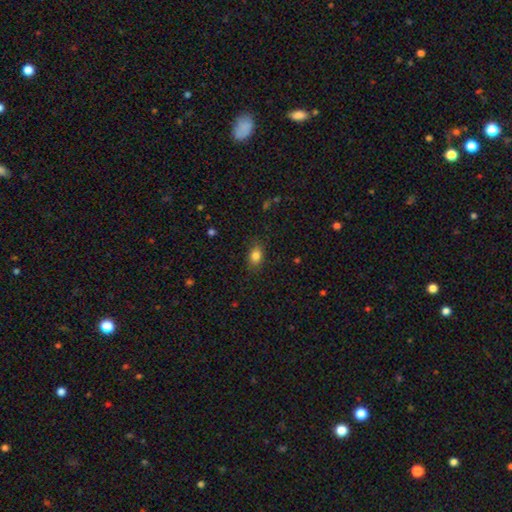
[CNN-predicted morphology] smooth-or-featured: smooth: 83% | star or artifact: 10% | featured or disk: 7%
  how-rounded: in between: 79% | round: 19% | cigar-shaped: 2%
  merging: none: 83% | minor disturbance: 12% | major disturbance: 3% | merger: 1%